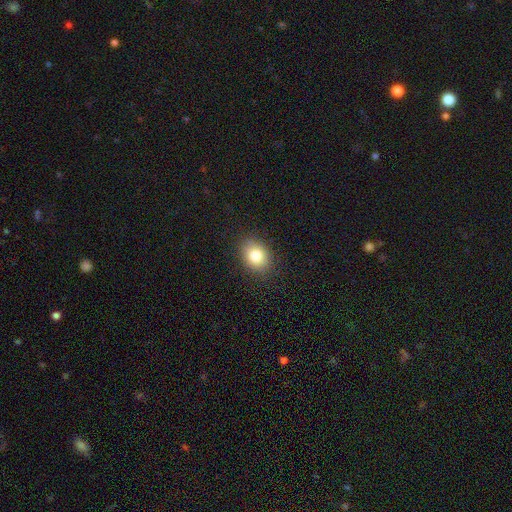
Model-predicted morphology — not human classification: A smooth galaxy with no disk features (81%) that is in between round and cigar-shaped (60%).

Vote fractions:
- Smooth or featured? smooth: 81% / star or artifact: 10% / featured or disk: 9%
- How rounded? in between: 60% / round: 39% / cigar-shaped: 1%
- Merging? none: 87% / minor disturbance: 9% / major disturbance: 3% / merger: 1%